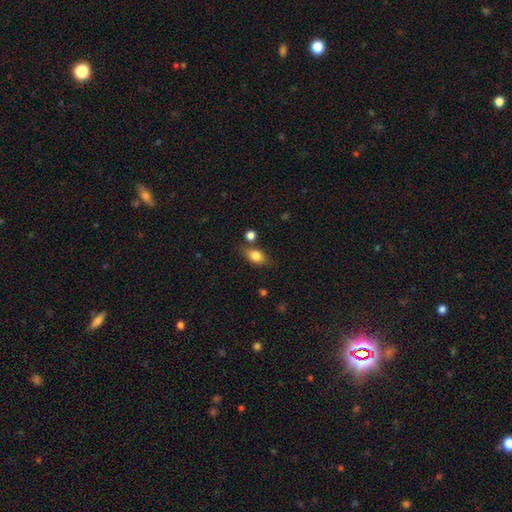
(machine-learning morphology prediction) A smooth galaxy with no disk features (82%) that is in between round and cigar-shaped (80%).

Vote fractions:
- Smooth or featured? smooth: 82% / featured or disk: 10% / star or artifact: 8%
- How rounded? in between: 80% / round: 16% / cigar-shaped: 4%
- Merging? none: 71% / minor disturbance: 16% / merger: 9% / major disturbance: 4%